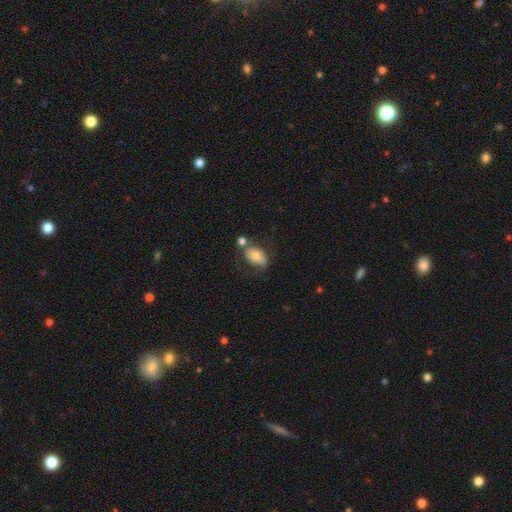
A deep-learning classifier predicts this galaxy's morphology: type=smooth (71%); roundness=in between (89%); merging=none (52%).